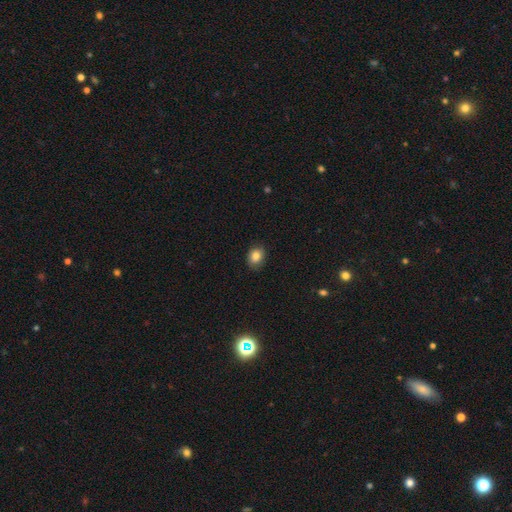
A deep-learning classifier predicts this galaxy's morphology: Smooth or featured: smooth — 83% (star or artifact — 9%)
How rounded: in between — 54% (round — 45%)
Merging: none — 85% (minor disturbance — 11%)